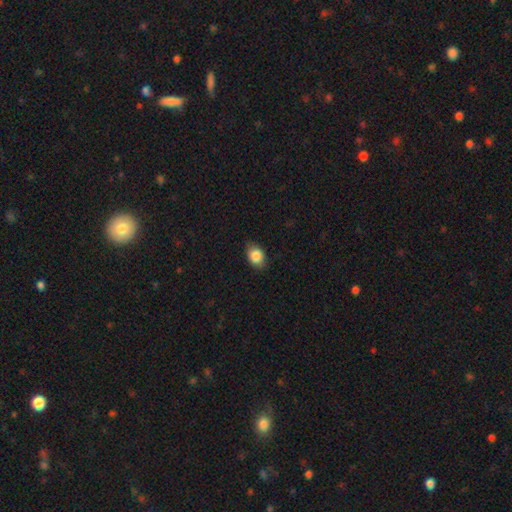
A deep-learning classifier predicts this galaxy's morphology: type=smooth (86%); roundness=in between (74%); merging=none (81%).